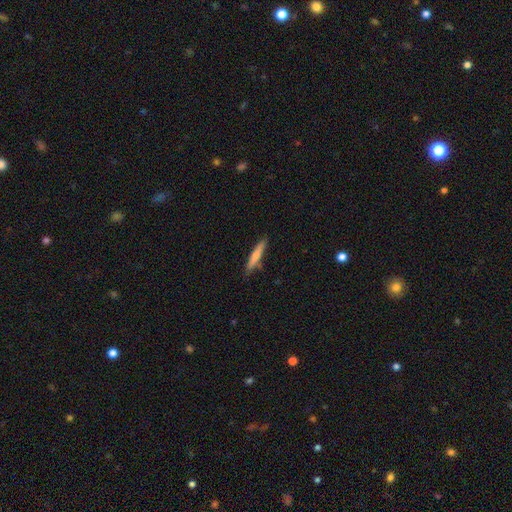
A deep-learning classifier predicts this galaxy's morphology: This appears to be a smooth galaxy with no disk features (66%) that is cigar-shaped (93%). Merging: none (83%).